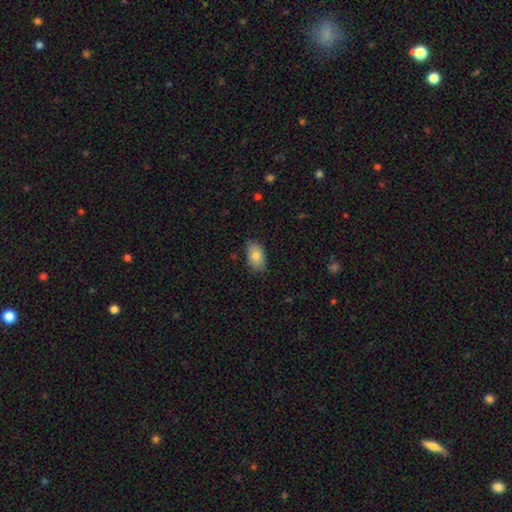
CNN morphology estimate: smooth_or_featured: smooth (p=0.80) [alt: featured or disk p=0.12]
how_rounded: in between (p=0.91) [alt: round p=0.07]
merging: none (p=0.81) [alt: minor disturbance p=0.15]